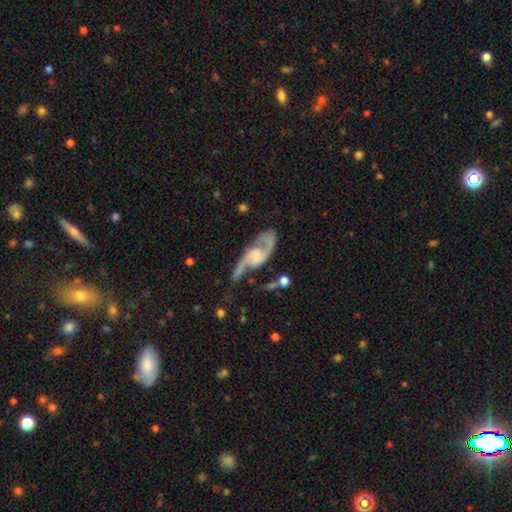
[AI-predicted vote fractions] smooth-or-featured: featured or disk: 87% | smooth: 8% | star or artifact: 5%
  disk-edge-on: no: 94% | yes: 6%
    bar: no: 52% | weak: 36% | strong: 12%
    has-spiral-arms: yes: 96% | no: 4%
      spiral-winding: medium: 44% (tied) | loose: 44% (tied) | tight: 12%
      spiral-arm-count: 2: 91% | 1: 3% | can't tell: 3% | 3: 1% | 4: 1% | more than 4: 1%
    bulge-size: none: 37% | moderate: 24% | small: 21% | large: 16% | dominant: 2%
  merging: none: 56% | minor disturbance: 22% | major disturbance: 16% | merger: 5%